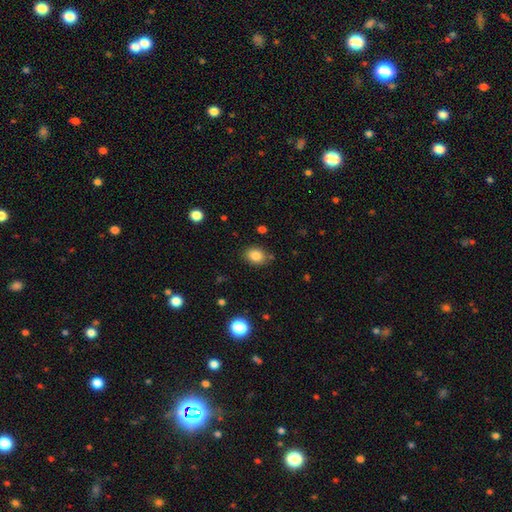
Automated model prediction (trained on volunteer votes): Smooth or featured: smooth — 84% (star or artifact — 10%)
How rounded: in between — 59% (round — 40%)
Merging: none — 81% (minor disturbance — 13%)